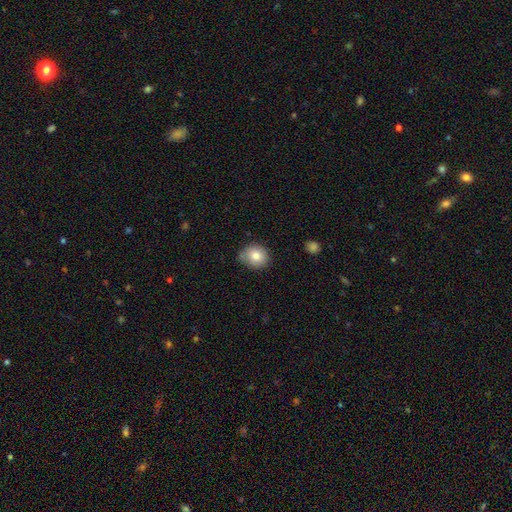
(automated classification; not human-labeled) smooth-or-featured: smooth: 82% | featured or disk: 9% | star or artifact: 9%
  how-rounded: round: 71% | in between: 28% | cigar-shaped: 1%
  merging: none: 72% | minor disturbance: 22% | major disturbance: 4% | merger: 3%